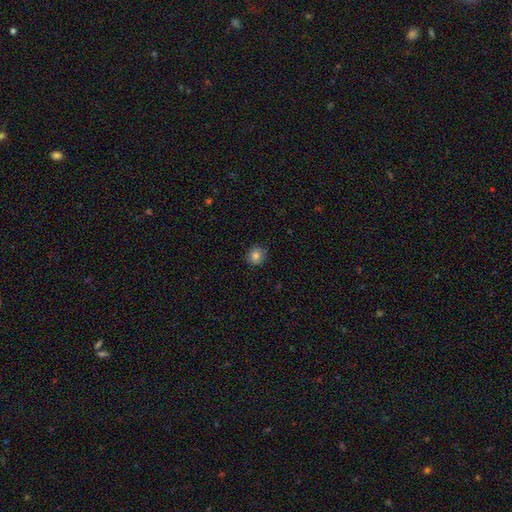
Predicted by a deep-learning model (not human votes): A smooth galaxy with no disk features (84%) that is round (89%).

Vote fractions:
- Smooth or featured? smooth: 84% / star or artifact: 11% / featured or disk: 6%
- How rounded? round: 89% / in between: 10% / cigar-shaped: 1%
- Merging? none: 87% / minor disturbance: 10% / major disturbance: 2% / merger: 1%